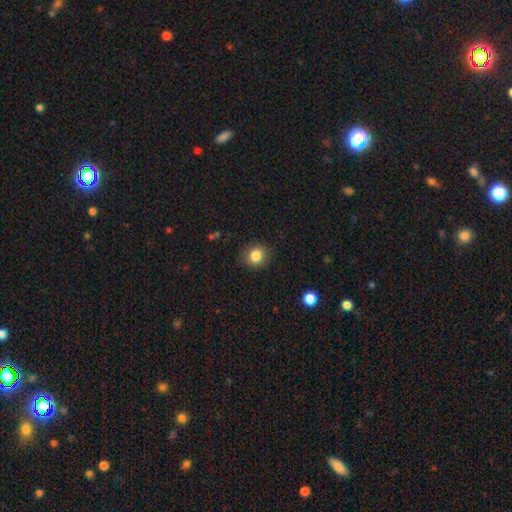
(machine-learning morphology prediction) A smooth galaxy with no disk features (84%) that is round (79%). Merging: none (87%).